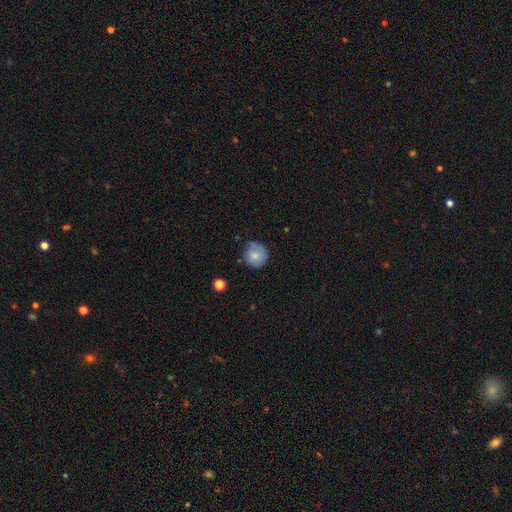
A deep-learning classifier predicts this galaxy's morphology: smooth 68%, featured or disk 24%, star or artifact 8%. Down the decision tree: how rounded — round (89%); merging — none (70%).